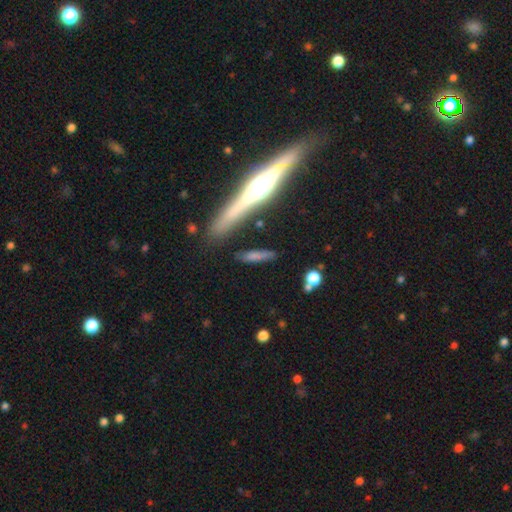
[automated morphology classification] This is likely a smooth galaxy (62%). How rounded: likely cigar-shaped (78%). Merging: likely none (75%).